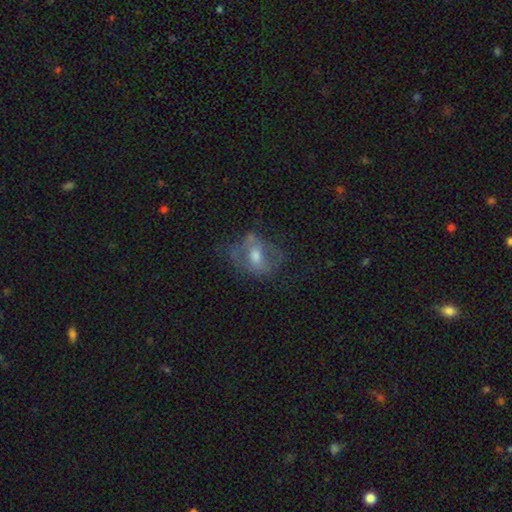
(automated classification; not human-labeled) The model was most divided on "bar": no: 48%, weak: 36%, strong: 16%. Remaining: edge-on disk — no (94%); bulge size — moderate (65%); spiral arms — no (60%); smooth or featured — featured or disk (56%); merging — none (46%).